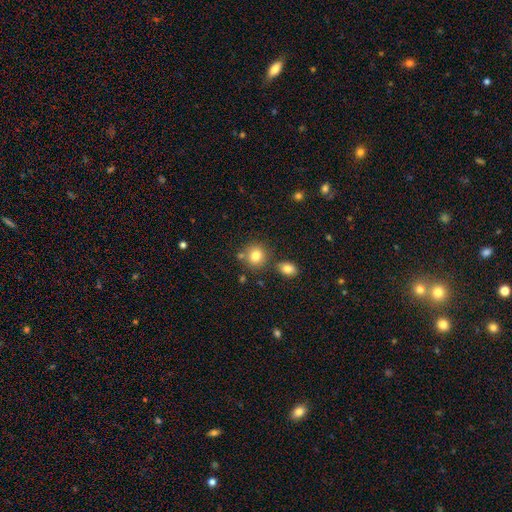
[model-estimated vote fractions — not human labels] Smooth or featured?
  - smooth: 81% *
  - star or artifact: 11%
  - featured or disk: 9%
How rounded?
  - round: 86% *
  - in between: 13%
  - cigar-shaped: 1%
Merging?
  - none: 74% *
  - merger: 13%
  - minor disturbance: 10%
  - major disturbance: 3%